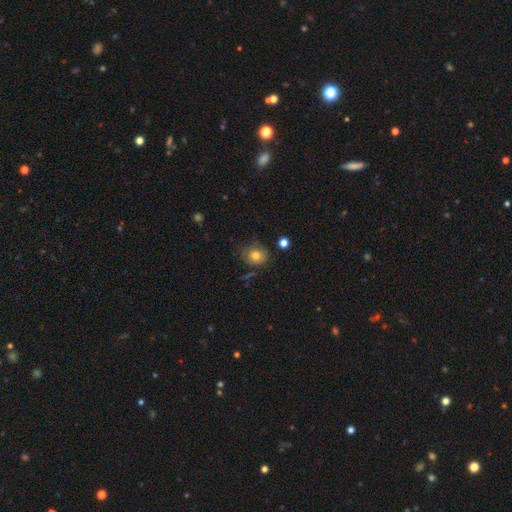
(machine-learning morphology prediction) Q: Smooth or featured?
A: smooth (78%); runner-up: featured or disk (12%)
Q: How rounded?
A: round (67%); runner-up: in between (32%)
Q: Merging?
A: none (72%); runner-up: minor disturbance (20%)